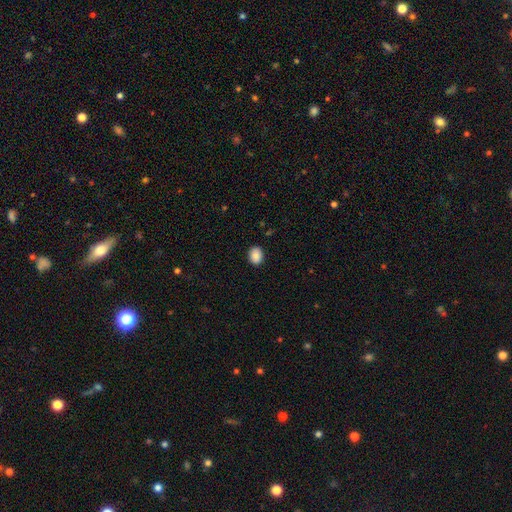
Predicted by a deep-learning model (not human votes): smooth 89%, star or artifact 8%, featured or disk 3%. Down the decision tree: how rounded — in between (64%); merging — none (88%).